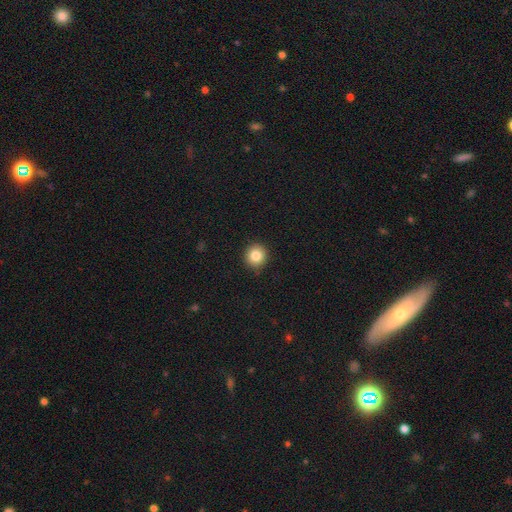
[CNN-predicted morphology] type=smooth (84%); roundness=round (94%); merging=none (92%).